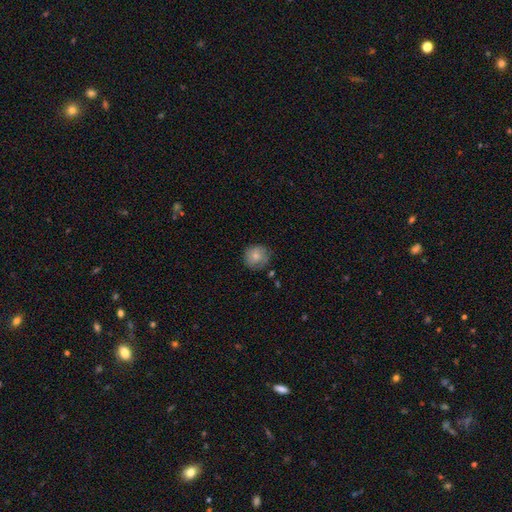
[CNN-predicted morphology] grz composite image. It shows a smooth galaxy with no disk features (77%) that is round (90%). Merging: none (75%).